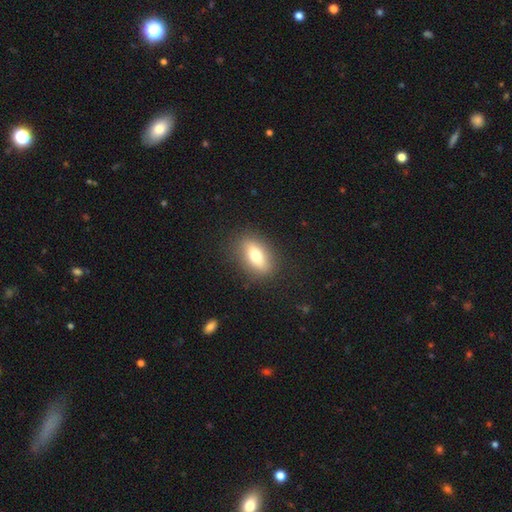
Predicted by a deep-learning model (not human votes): This appears to be a smooth galaxy with no disk features (71%) that is in between round and cigar-shaped (80%). Merging: none (86%).